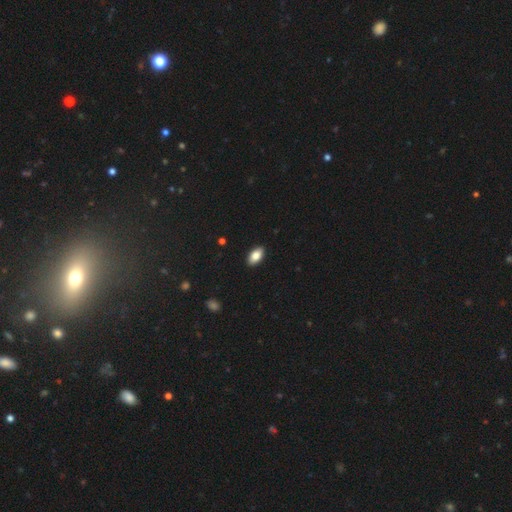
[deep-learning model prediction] Smooth or featured? smooth (84%)
How rounded? in between (93%)
Merging? none (90%)